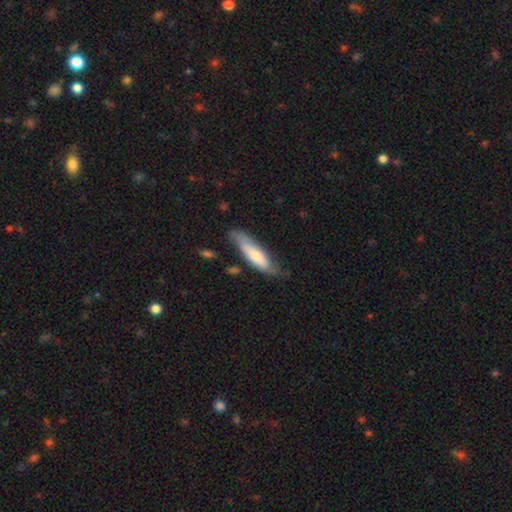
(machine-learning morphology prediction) Overall: smooth (64%; featured or disk 31%). How rounded: cigar-shaped (58%; in between 40%). Merging: none (54%; minor disturbance 31%).